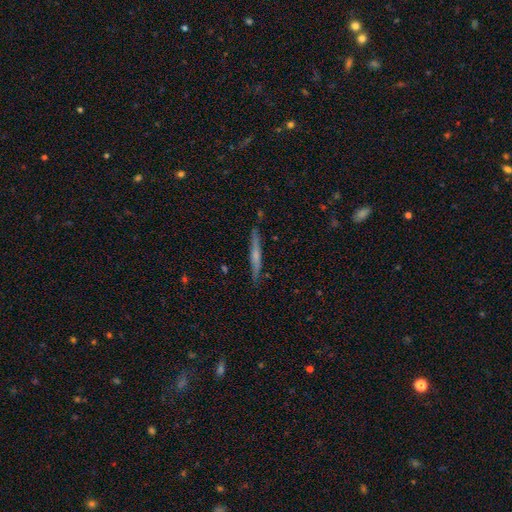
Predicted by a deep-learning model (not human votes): smooth_or_featured: featured or disk (p=0.58) [alt: smooth p=0.36]
disk_edge_on: yes (p=0.96) [alt: no p=0.04]
edge_on_bulge: rounded (p=0.48) [alt: none p=0.43]
merging: none (p=0.87) [alt: minor disturbance p=0.10]